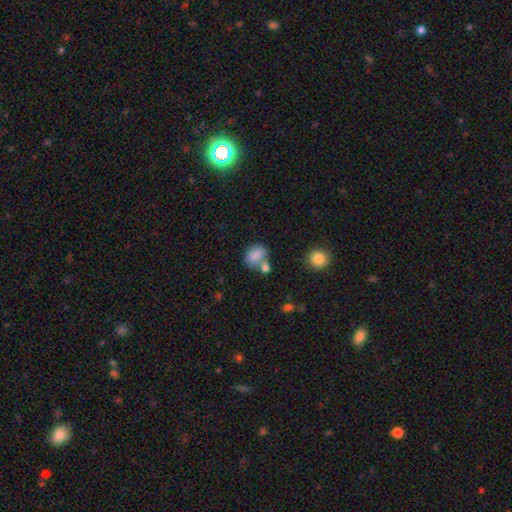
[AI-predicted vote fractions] This appears to be a smooth galaxy with no disk features (81%) that is in between round and cigar-shaped (65%). Merging: none (47%).